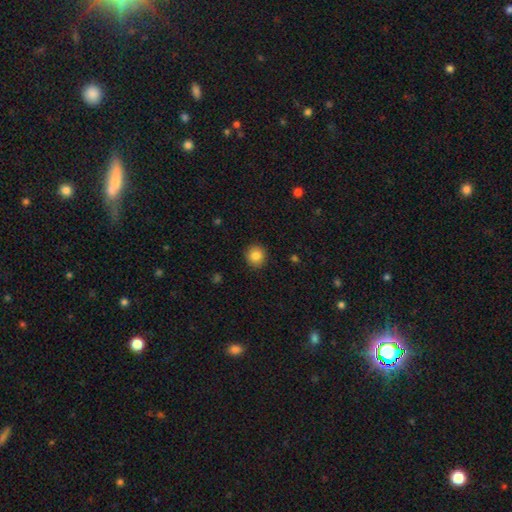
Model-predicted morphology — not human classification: The model was most divided on "smooth or featured": smooth: 85%, star or artifact: 10%, featured or disk: 5%. More confident: how rounded — round (92%); merging — none (92%).